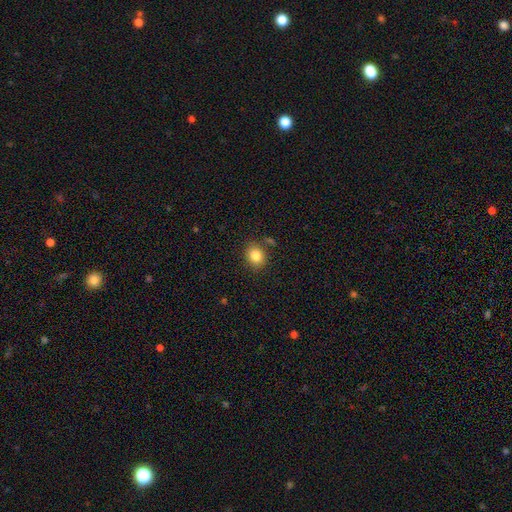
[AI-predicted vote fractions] Q: Smooth or featured?
A: smooth (83%); runner-up: star or artifact (11%)
Q: How rounded?
A: round (70%); runner-up: in between (29%)
Q: Merging?
A: none (82%); runner-up: minor disturbance (11%)